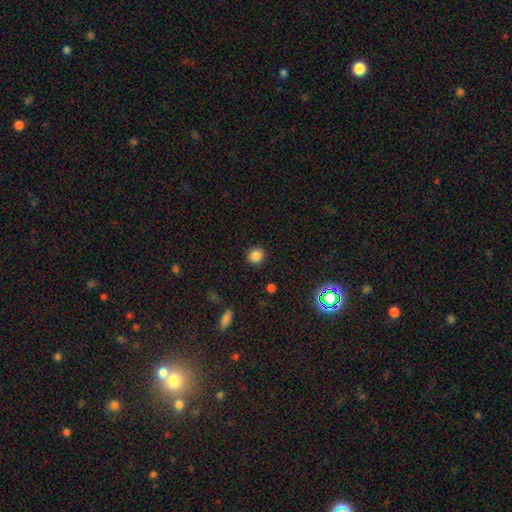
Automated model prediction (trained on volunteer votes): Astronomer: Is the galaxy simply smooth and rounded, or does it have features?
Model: smooth — 84%.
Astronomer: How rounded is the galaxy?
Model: round — 87%.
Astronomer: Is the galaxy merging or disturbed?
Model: none — 90%.